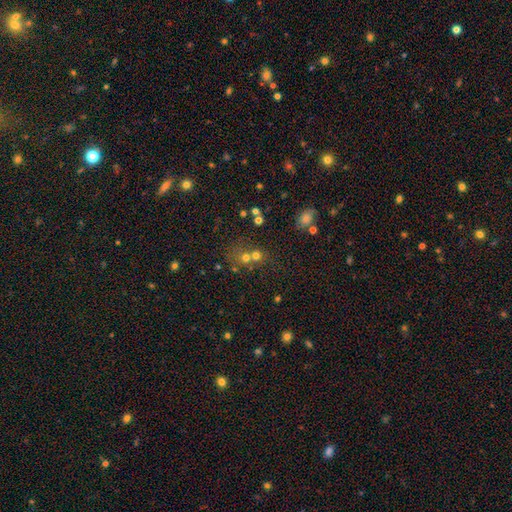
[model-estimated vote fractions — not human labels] This is likely a smooth galaxy (62%). How rounded: clearly round (83%). Merging: possibly merger (46%).